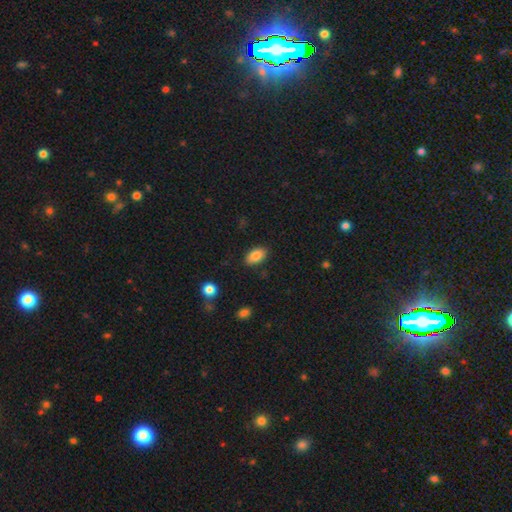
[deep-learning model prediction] Q: Smooth or featured?
A: smooth (85%); runner-up: star or artifact (8%)
Q: How rounded?
A: in between (92%); runner-up: round (6%)
Q: Merging?
A: none (86%); runner-up: minor disturbance (10%)